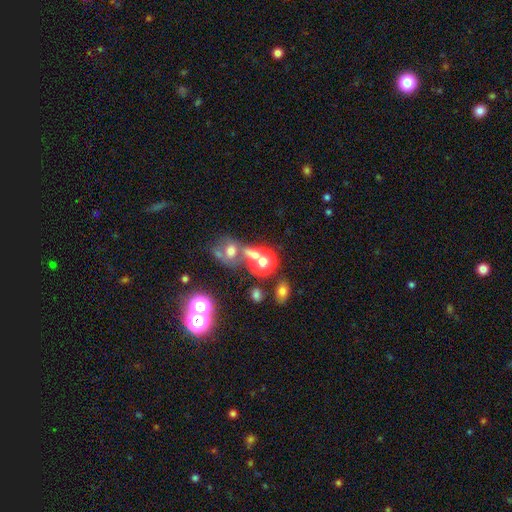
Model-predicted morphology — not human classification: type=smooth (47%); merging=merger (47%).